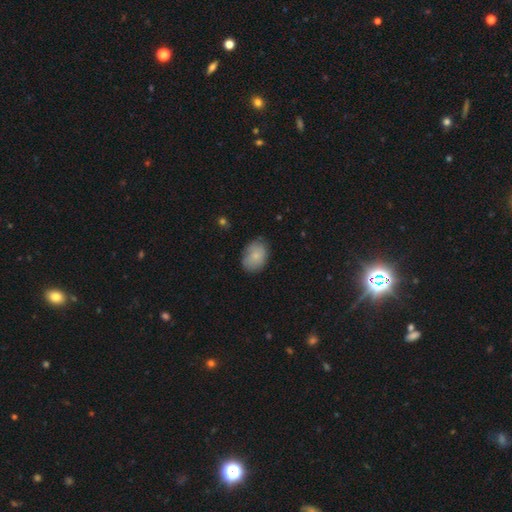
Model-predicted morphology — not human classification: This appears to be a smooth galaxy with no disk features (77%) that is in between round and cigar-shaped (70%). Merging: none (74%).